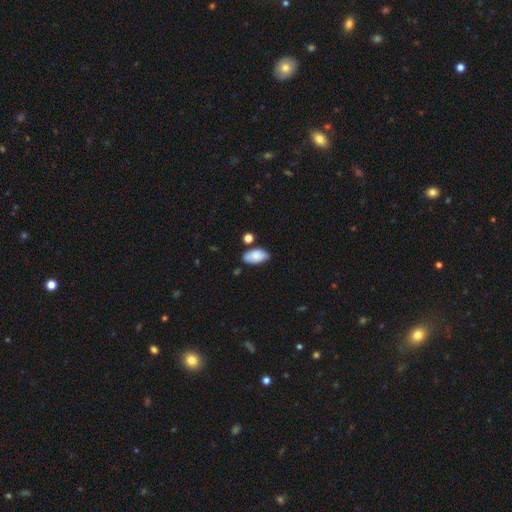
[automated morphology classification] This appears to be a smooth galaxy with no disk features (85%) that is in between round and cigar-shaped (94%). Merging: none (73%).